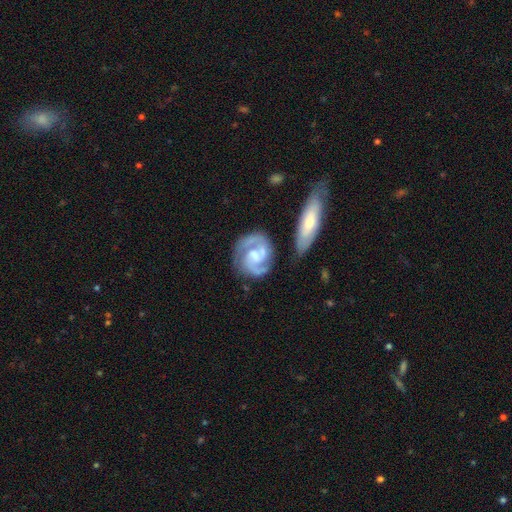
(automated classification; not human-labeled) Smooth or featured? Predicted: featured or disk (p=0.89). Edge-on disk? Predicted: no (p=0.97). Bar? Predicted: weak (p=0.45). Spiral arms? Predicted: yes (p=0.98). Spiral winding? Predicted: medium (p=0.49). Spiral arm count? Predicted: 2 (p=0.86). Bulge size? Predicted: moderate (p=0.36). Merging? Predicted: none (p=0.66).